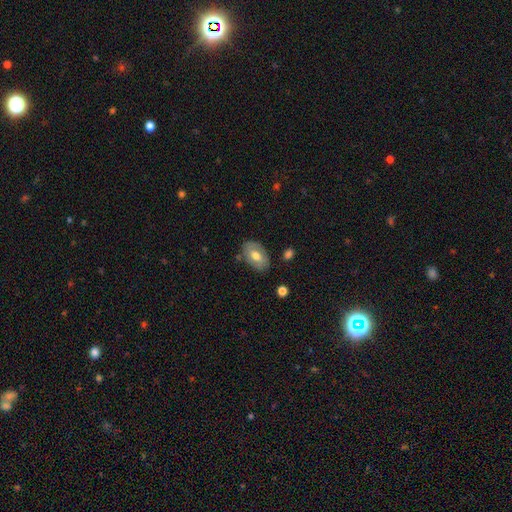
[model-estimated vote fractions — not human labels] smooth 60%, featured or disk 33%, star or artifact 7%. Down the decision tree: how rounded — in between (89%); merging — none (76%).